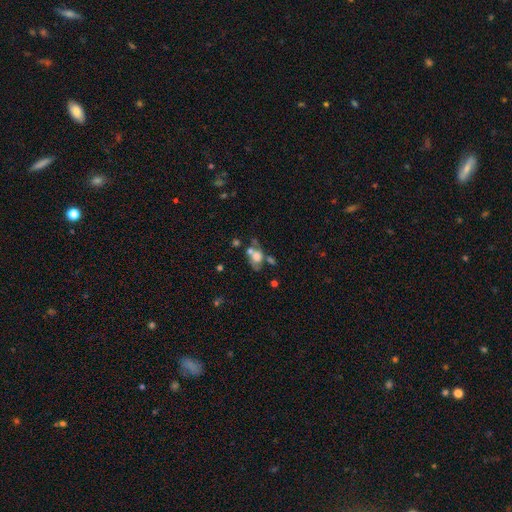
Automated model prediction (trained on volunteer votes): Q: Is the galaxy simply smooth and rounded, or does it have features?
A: smooth — 51%.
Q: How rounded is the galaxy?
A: in between — 65%.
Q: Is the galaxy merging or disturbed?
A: merger — 36%.